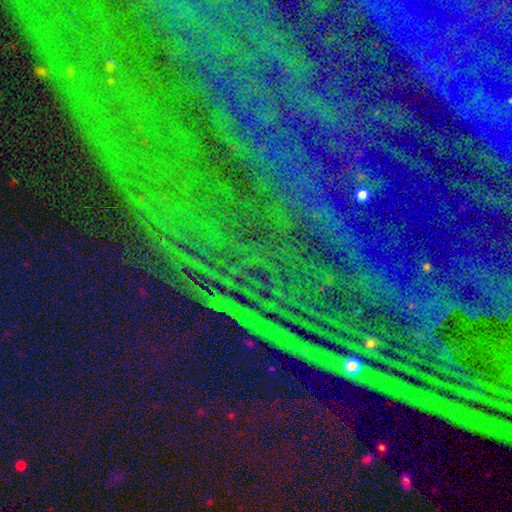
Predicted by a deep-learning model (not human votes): Smooth or featured? Predicted: star or artifact (p=0.87).